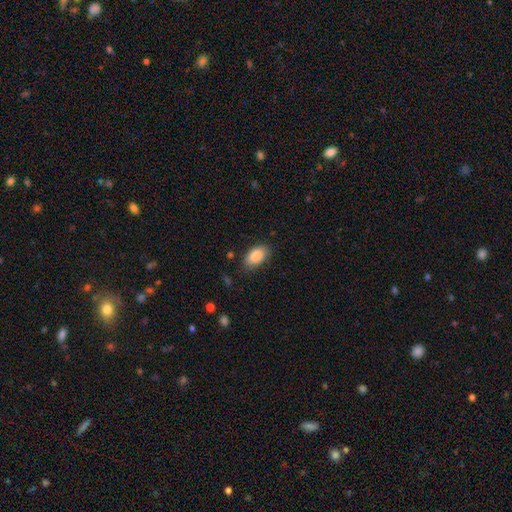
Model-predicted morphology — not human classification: Q: Smooth or featured?
A: smooth (87%); runner-up: star or artifact (7%)
Q: How rounded?
A: in between (92%); runner-up: round (6%)
Q: Merging?
A: none (79%); runner-up: minor disturbance (16%)